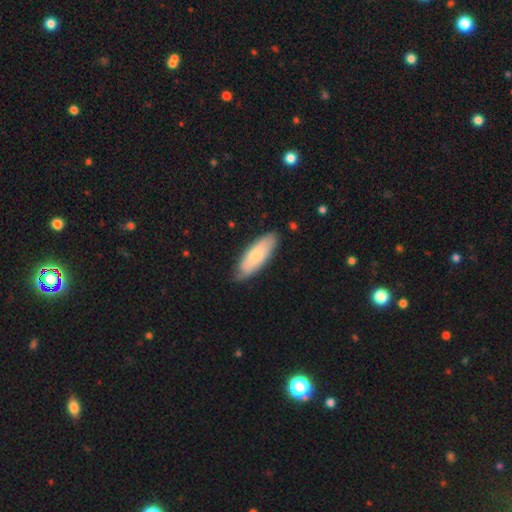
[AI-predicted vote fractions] smooth-or-featured: smooth: 68% | featured or disk: 27% | star or artifact: 5%
  how-rounded: in between: 65% | cigar-shaped: 34% | round: 2%
  merging: none: 79% | minor disturbance: 17% | major disturbance: 3% | merger: 1%